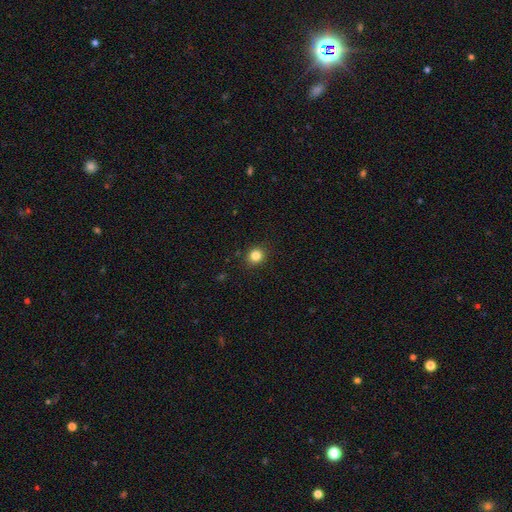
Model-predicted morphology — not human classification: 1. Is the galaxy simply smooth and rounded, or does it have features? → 83% smooth, 12% star or artifact, 5% featured or disk.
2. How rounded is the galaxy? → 83% round, 16% in between, 1% cigar-shaped.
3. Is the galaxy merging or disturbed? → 91% none, 6% minor disturbance, 2% major disturbance, 1% merger.